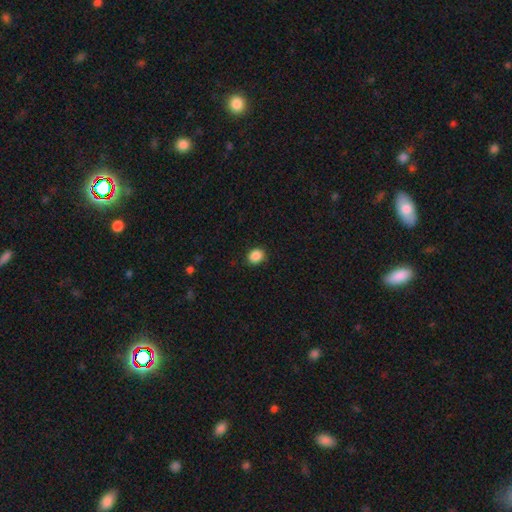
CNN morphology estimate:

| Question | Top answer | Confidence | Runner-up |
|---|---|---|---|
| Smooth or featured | smooth | 88% | star or artifact (9%) |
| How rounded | round | 63% | in between (36%) |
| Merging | none | 89% | minor disturbance (8%) |